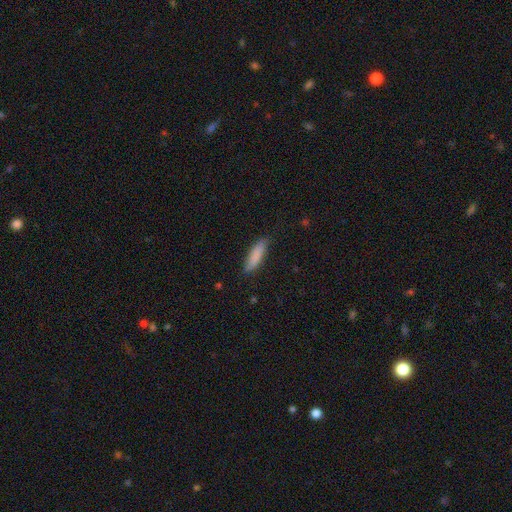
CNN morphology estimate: A smooth galaxy with no disk features (85%) that is cigar-shaped (64%).

Vote fractions:
- Smooth or featured? smooth: 85% / featured or disk: 9% / star or artifact: 6%
- How rounded? cigar-shaped: 64% / in between: 34% / round: 2%
- Merging? none: 80% / minor disturbance: 16% / major disturbance: 3% / merger: 1%